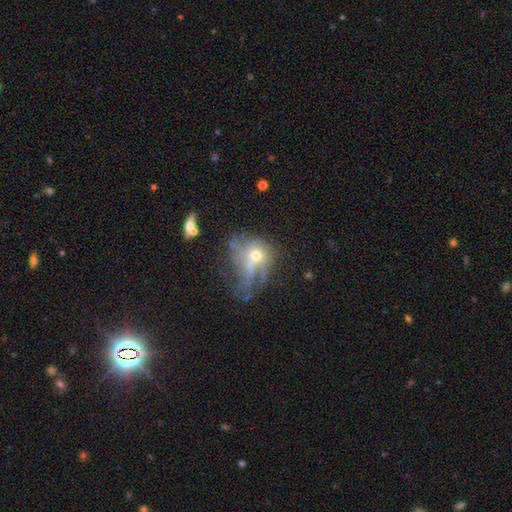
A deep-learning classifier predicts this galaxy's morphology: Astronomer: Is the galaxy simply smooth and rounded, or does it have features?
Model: featured or disk — 46% (runner-up: smooth, 39%).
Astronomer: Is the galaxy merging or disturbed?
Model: major disturbance — 40% (runner-up: none, 28%).